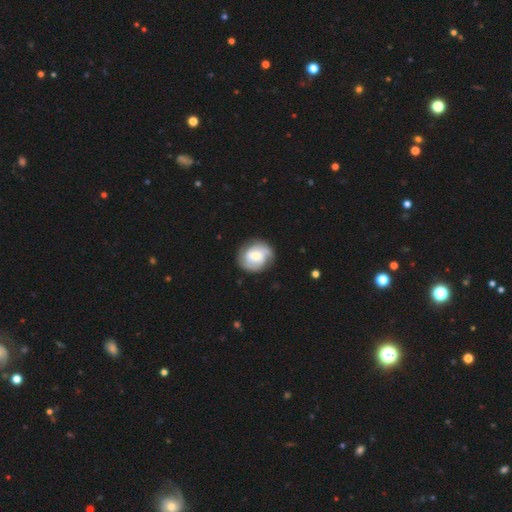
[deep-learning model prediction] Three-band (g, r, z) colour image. It shows a featured or disk galaxy (64%) with no bar (59%), 2 (54%) tight (55%) spiral arms (88%) and a moderate central bulge (49%). Merging: none (78%).